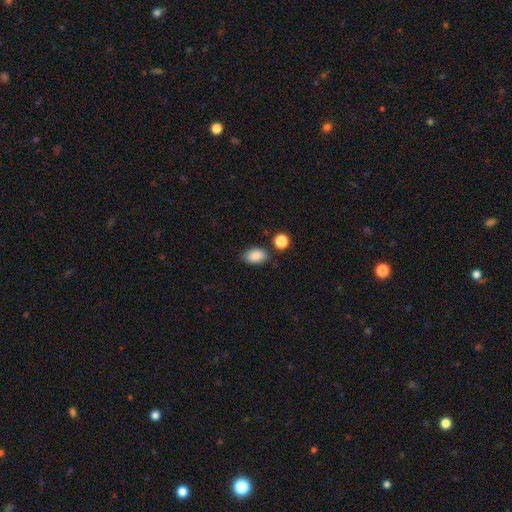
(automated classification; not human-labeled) A smooth galaxy with no disk features (87%) that is in between round and cigar-shaped (88%). Merging: none (80%).